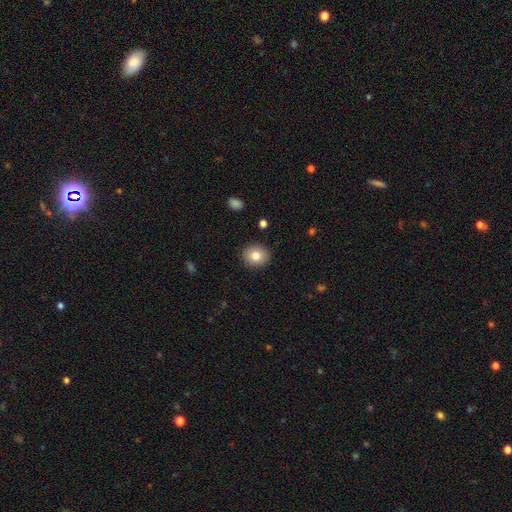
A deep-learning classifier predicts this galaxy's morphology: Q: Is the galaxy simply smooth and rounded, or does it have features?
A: smooth — 81%.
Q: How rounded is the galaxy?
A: round — 68%.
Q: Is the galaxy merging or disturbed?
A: none — 90%.